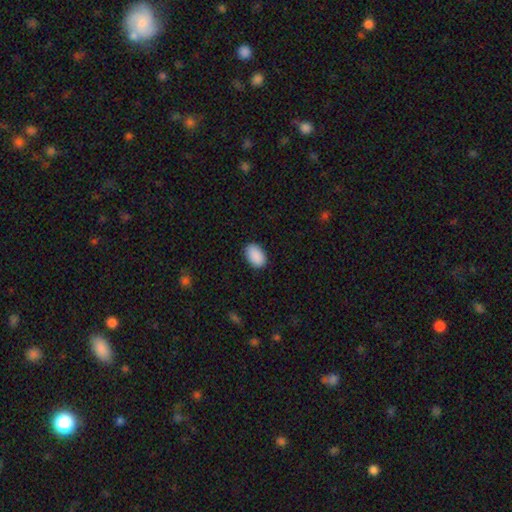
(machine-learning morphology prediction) type=smooth (91%); roundness=in between (90%); merging=none (87%).